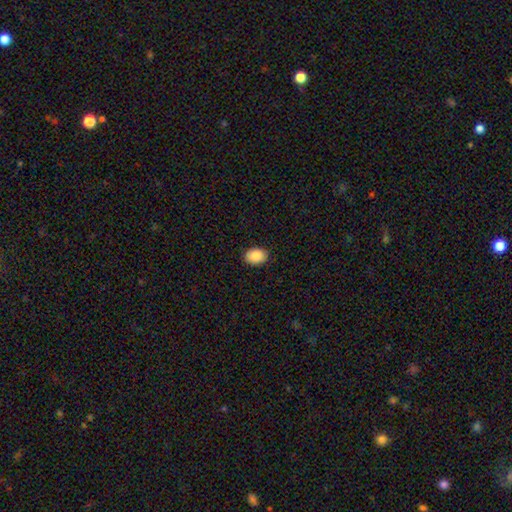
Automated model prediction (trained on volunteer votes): Smooth or featured: smooth — 88% (star or artifact — 7%)
How rounded: in between — 74% (round — 25%)
Merging: none — 88% (minor disturbance — 9%)